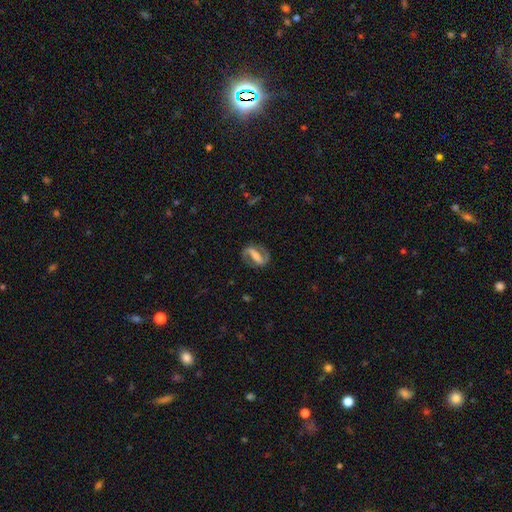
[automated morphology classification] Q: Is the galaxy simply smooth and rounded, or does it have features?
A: featured or disk — 86%.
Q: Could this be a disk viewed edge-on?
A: no — 96%.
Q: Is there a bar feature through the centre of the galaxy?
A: strong — 65%.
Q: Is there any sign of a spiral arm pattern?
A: yes — 94%.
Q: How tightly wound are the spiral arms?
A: medium — 48%.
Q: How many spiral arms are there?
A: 2 — 93%.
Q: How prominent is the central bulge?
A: moderate — 36%.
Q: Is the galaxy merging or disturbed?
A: none — 83%.